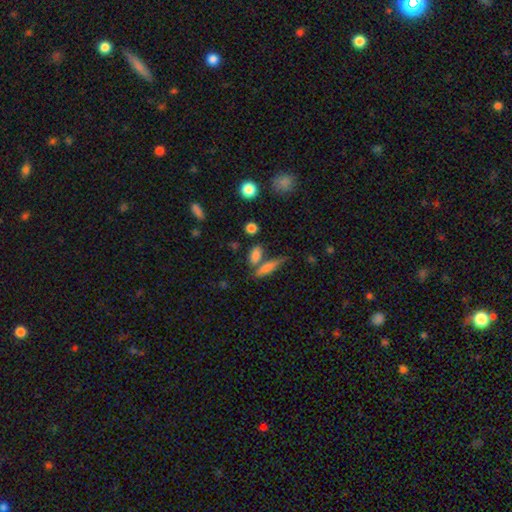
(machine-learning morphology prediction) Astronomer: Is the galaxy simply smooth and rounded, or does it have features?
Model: smooth — 79%.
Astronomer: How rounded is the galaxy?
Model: in between — 58%.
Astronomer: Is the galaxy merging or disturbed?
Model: none — 60%.